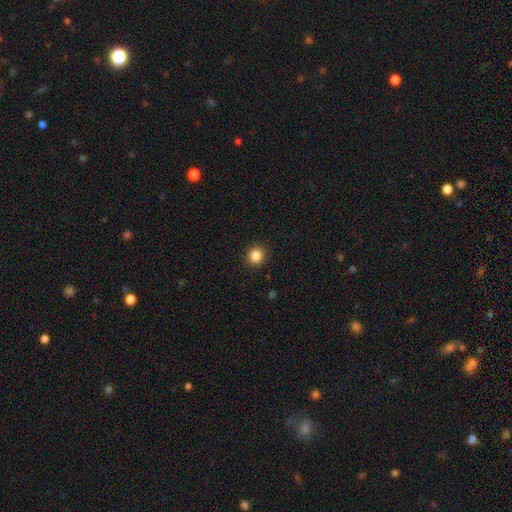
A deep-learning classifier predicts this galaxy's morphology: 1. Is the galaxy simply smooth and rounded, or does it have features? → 85% smooth, 11% star or artifact, 4% featured or disk.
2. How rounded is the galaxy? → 91% round, 8% in between, 1% cigar-shaped.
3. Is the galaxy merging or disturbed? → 92% none, 5% minor disturbance, 2% major disturbance, 1% merger.